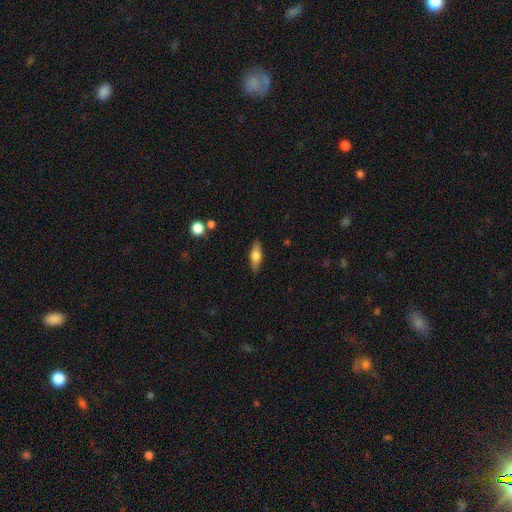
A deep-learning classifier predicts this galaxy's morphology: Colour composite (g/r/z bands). It shows a smooth galaxy with no disk features (60%) that is in between round and cigar-shaped (60%). Merging: none (86%).